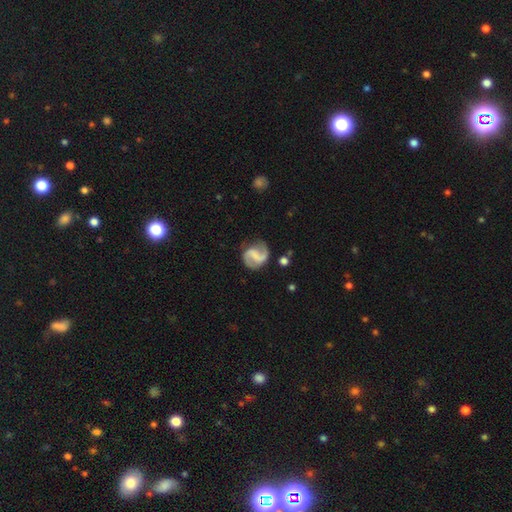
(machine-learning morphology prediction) smooth-or-featured: featured or disk: 82% | smooth: 12% | star or artifact: 6%
  disk-edge-on: no: 98% | yes: 2%
    bar: weak: 42% | strong: 33% | no: 25%
    has-spiral-arms: yes: 95% | no: 5%
      spiral-winding: medium: 45% | loose: 38% | tight: 17%
      spiral-arm-count: 2: 90% | 1: 4% | can't tell: 3% | 3: 1% | 4: 1% | more than 4: 1%
    bulge-size: none: 60% | small: 23% | moderate: 12% | large: 4% | dominant: 1%
  merging: none: 75% | minor disturbance: 16% | major disturbance: 7% | merger: 2%